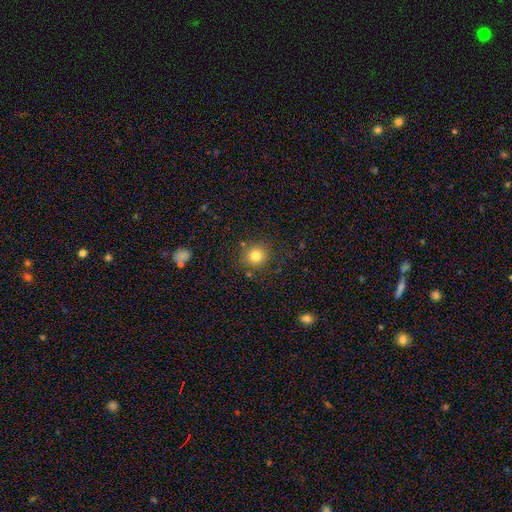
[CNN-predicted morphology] type=smooth (81%); roundness=round (89%); merging=none (83%).